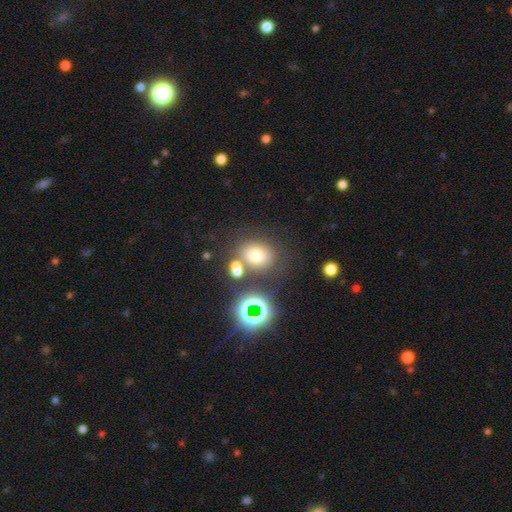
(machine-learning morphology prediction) Overall: smooth (63%; star or artifact 25%). How rounded: round (59%; in between 40%). Merging: none (68%).